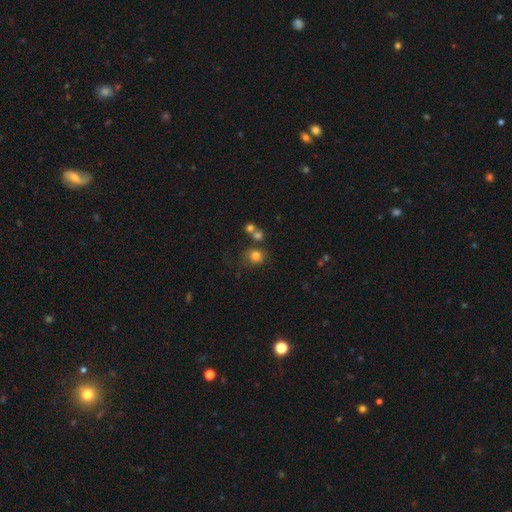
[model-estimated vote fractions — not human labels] Q: Smooth or featured?
A: smooth (78%); runner-up: star or artifact (14%)
Q: How rounded?
A: round (80%); runner-up: in between (19%)
Q: Merging?
A: none (63%); runner-up: merger (17%)